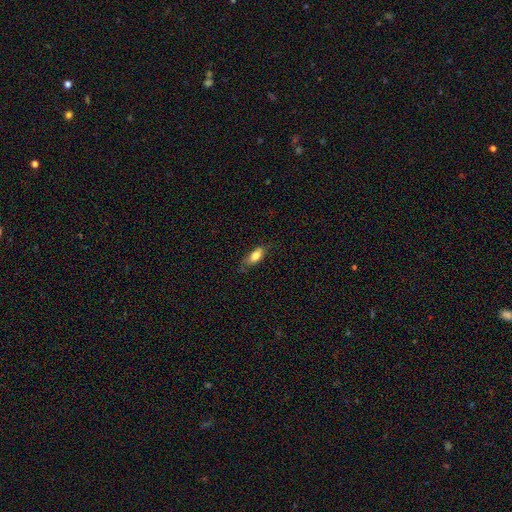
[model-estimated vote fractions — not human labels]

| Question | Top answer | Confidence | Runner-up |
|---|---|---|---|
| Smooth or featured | smooth | 78% | featured or disk (15%) |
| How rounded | in between | 82% | cigar-shaped (15%) |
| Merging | none | 68% | minor disturbance (24%) |